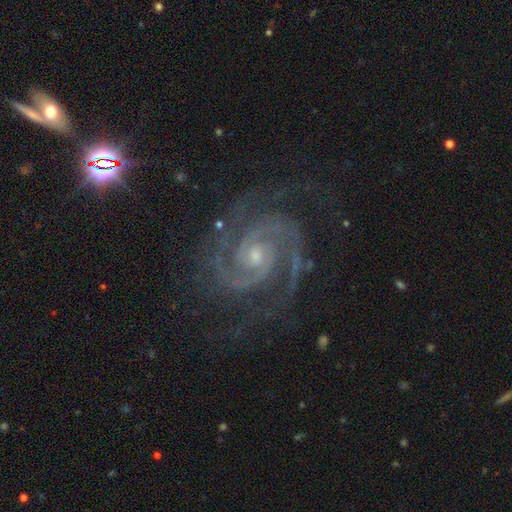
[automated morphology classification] Smooth or featured? featured or disk (93%)
Edge-on disk? no (98%)
Bar? no (62%)
Spiral arms? yes (99%)
Spiral winding? tight (62%)
Spiral arm count? 2 (77%)
Bulge size? small (57%)
Merging? none (76%)